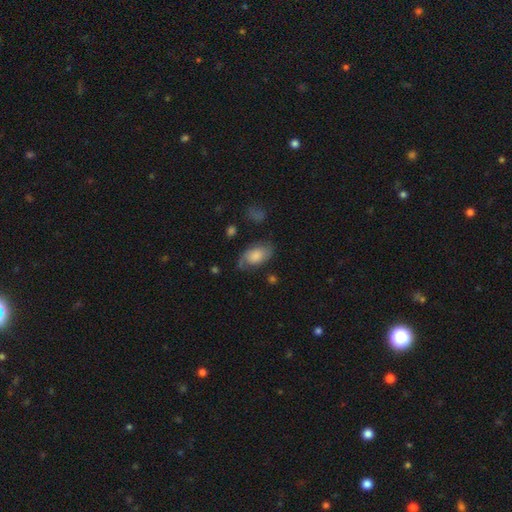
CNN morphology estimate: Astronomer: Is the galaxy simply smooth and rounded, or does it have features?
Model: smooth — 56% (runner-up: featured or disk, 36%).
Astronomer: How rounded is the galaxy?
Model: in between — 91%.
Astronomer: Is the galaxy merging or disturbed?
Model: none — 61%.